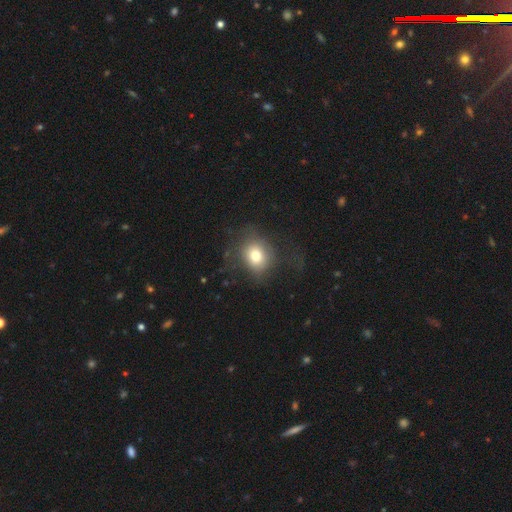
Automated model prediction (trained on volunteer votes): smooth 73%, featured or disk 14%, star or artifact 13%. Down the decision tree: how rounded — round (69%); merging — none (61%).